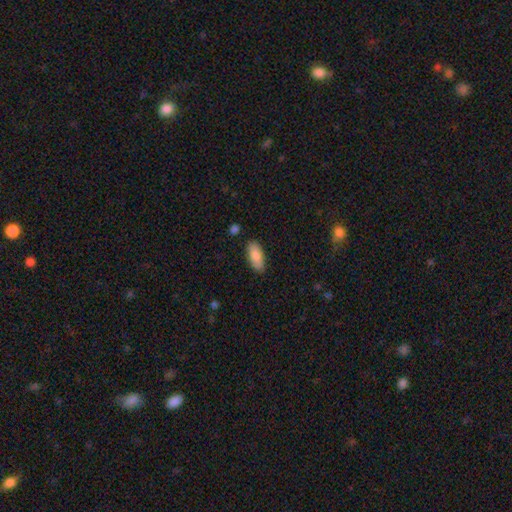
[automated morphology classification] A smooth galaxy with no disk features (84%) that is in between round and cigar-shaped (86%). Merging: none (85%).